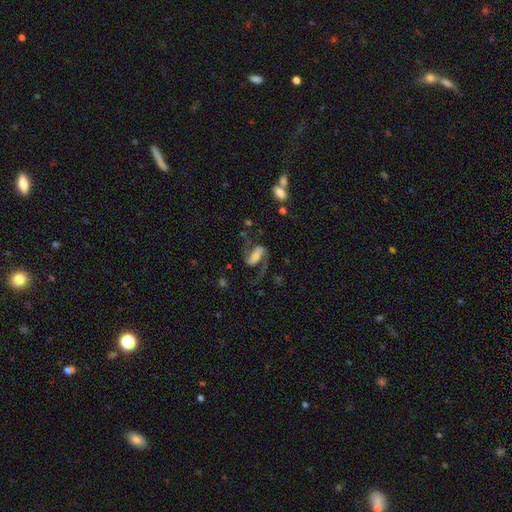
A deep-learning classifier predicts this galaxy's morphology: The model was most divided on "bulge size": small: 36%, moderate: 33%, large: 14%, none: 13%, dominant: 3%. Remaining: edge-on disk — no (96%); spiral arms — yes (95%); spiral arm count — 2 (86%); smooth or featured — featured or disk (81%); merging — none (60%); bar — strong (51%); spiral winding — loose (48%).